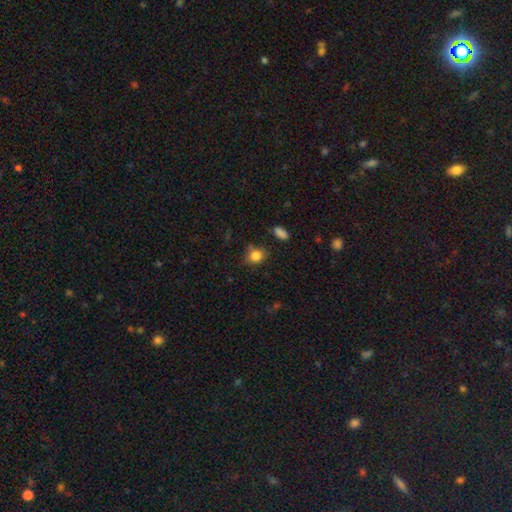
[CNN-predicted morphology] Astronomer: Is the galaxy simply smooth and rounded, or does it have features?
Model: smooth — 84%.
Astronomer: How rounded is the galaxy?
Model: round — 70%.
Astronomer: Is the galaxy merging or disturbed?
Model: none — 70%.